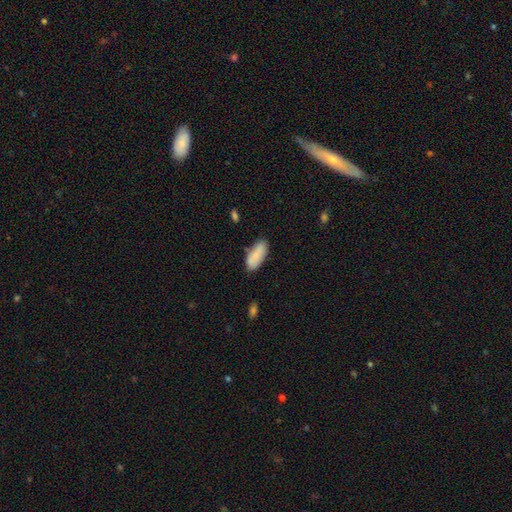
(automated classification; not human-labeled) Smooth or featured?
  - smooth: 84% *
  - featured or disk: 10%
  - star or artifact: 6%
How rounded?
  - in between: 83% *
  - cigar-shaped: 15%
  - round: 2%
Merging?
  - none: 72% *
  - minor disturbance: 19%
  - merger: 5%
  - major disturbance: 4%